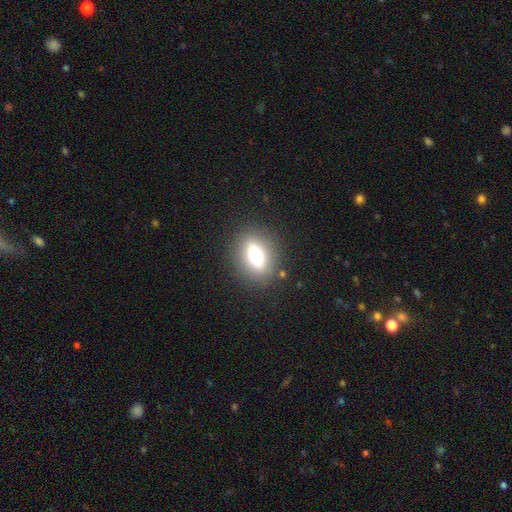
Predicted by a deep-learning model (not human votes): Overall: smooth (61%; featured or disk 27%). How rounded: in between (63%; round 26%). Merging: none (85%).